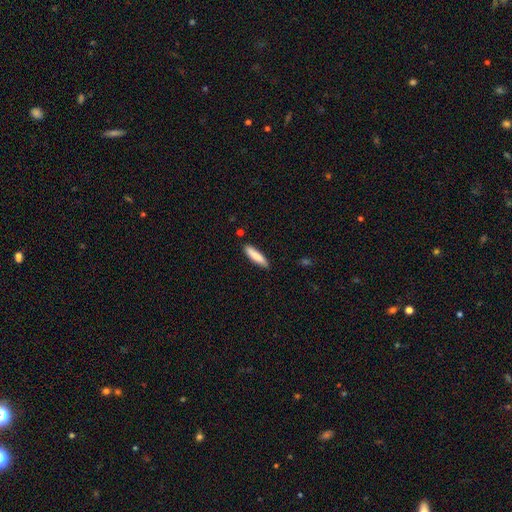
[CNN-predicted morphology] This appears to be a smooth galaxy with no disk features (84%) that is cigar-shaped (74%). Merging: none (85%).